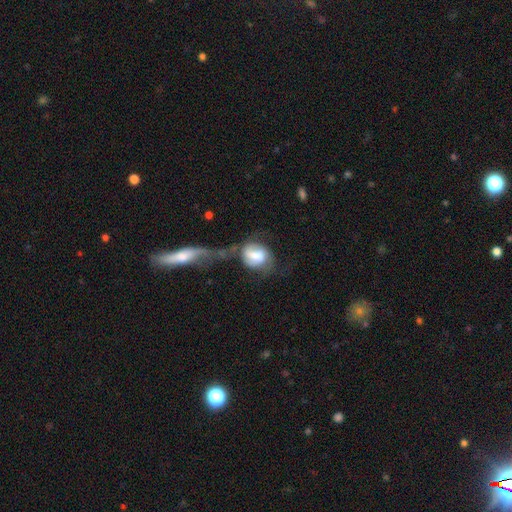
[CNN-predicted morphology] Smooth or featured? smooth (47%)
Merging? merger (37%)